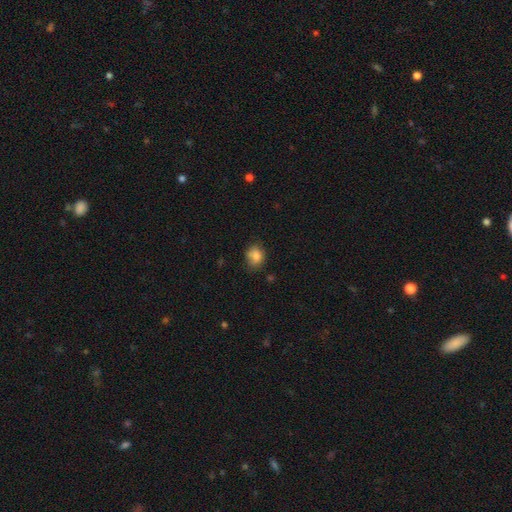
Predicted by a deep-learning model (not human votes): A smooth galaxy with no disk features (81%) that is round (56%).

Vote fractions:
- Smooth or featured? smooth: 81% / star or artifact: 10% / featured or disk: 9%
- How rounded? round: 56% / in between: 43% / cigar-shaped: 1%
- Merging? none: 66% / minor disturbance: 25% / major disturbance: 5% / merger: 4%